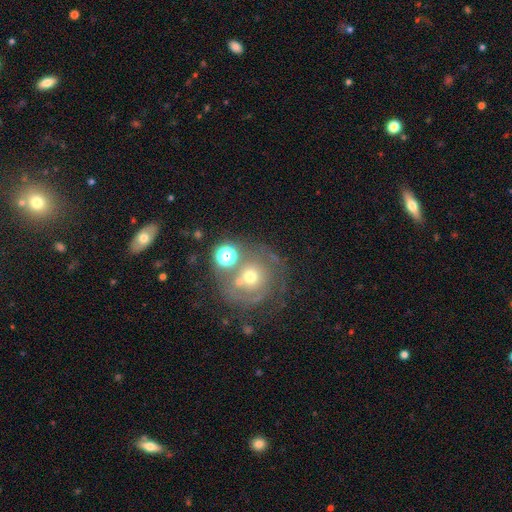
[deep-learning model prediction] A featured or disk galaxy (67%) with no bar (64%), 2 (37%) tight (67%) spiral arms (81%) and a moderate central bulge (58%).

Vote fractions:
- Smooth or featured? featured or disk: 67% / smooth: 18% / star or artifact: 15%
- Edge-on disk? no: 96% / yes: 4%
- Bar? no: 64% / weak: 27% / strong: 9%
- Spiral arms? yes: 81% / no: 19%
- Spiral winding? tight: 67% / medium: 25% / loose: 8%
- Spiral arm count? 2: 37% / can't tell: 35% / 3: 11% / 1: 7% / 4: 5% / more than 4: 5%
- Bulge size? moderate: 58% / small: 33% / large: 6% / none: 2% / dominant: 2%
- Merging? none: 67% / merger: 13% / minor disturbance: 13% / major disturbance: 7%